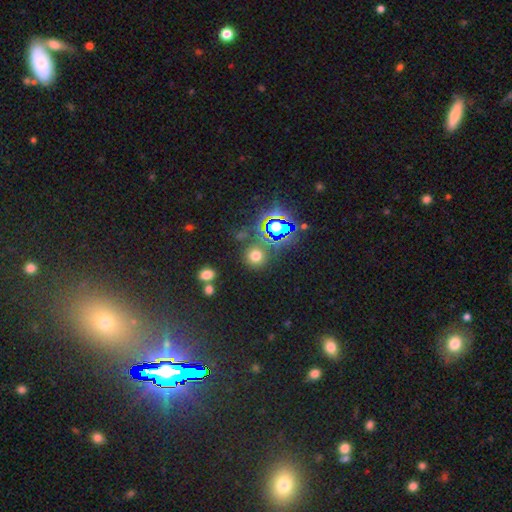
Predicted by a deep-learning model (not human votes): Q: Smooth or featured?
A: smooth (61%); runner-up: star or artifact (32%)
Q: How rounded?
A: round (89%); runner-up: in between (9%)
Q: Merging?
A: none (80%); runner-up: minor disturbance (9%)